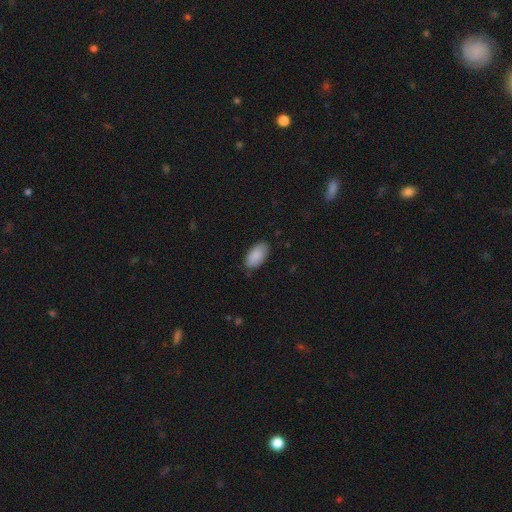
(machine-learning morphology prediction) A smooth galaxy with no disk features (89%) that is in between round and cigar-shaped (95%). Merging: none (80%).